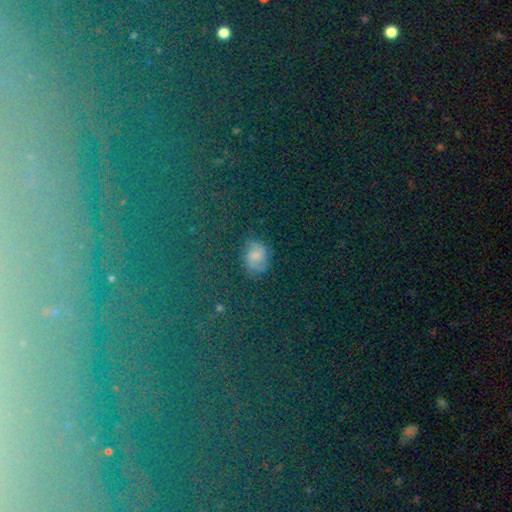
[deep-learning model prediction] Smooth or featured? smooth (46%)
Merging? none (67%)